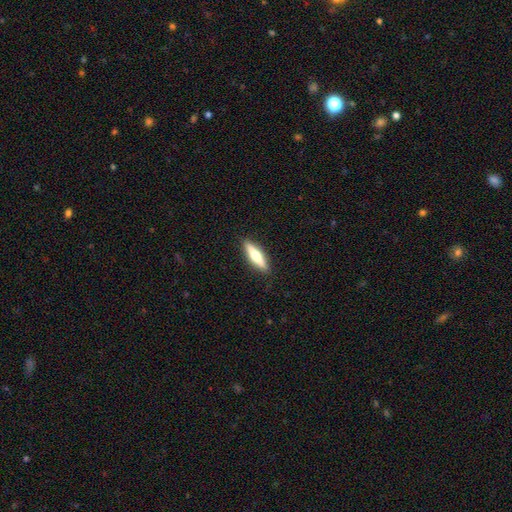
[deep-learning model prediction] Morphology: type=smooth (49%); merging=none (90%).